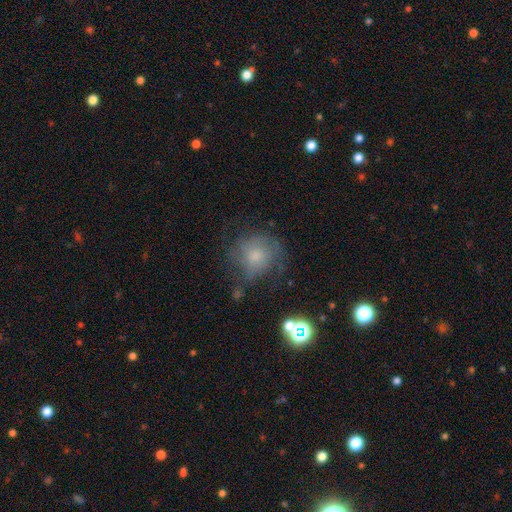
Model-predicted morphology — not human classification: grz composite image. It shows a smooth galaxy with no disk features (54%) that is round (82%). Merging: none (51%).